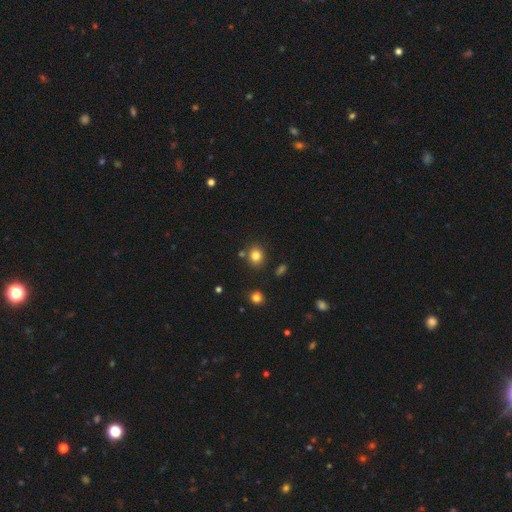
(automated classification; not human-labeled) Morphology: type=smooth (81%); roundness=round (69%); merging=none (80%).